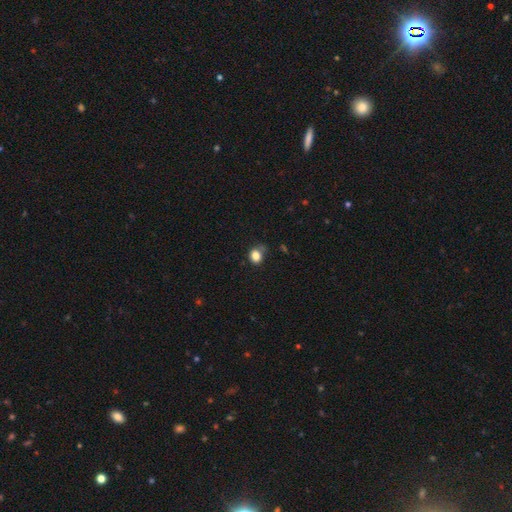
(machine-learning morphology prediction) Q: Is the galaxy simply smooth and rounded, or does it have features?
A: smooth — 83%.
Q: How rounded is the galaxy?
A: round — 57%.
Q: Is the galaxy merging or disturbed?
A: none — 59%.